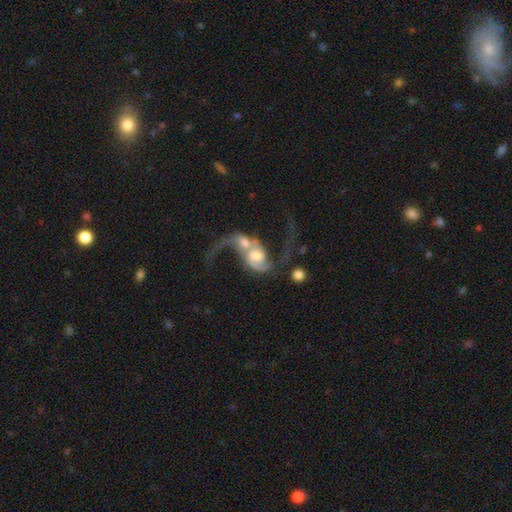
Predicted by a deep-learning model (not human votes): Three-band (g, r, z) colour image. It shows a featured or disk galaxy (81%) with no bar (52%), 2 (82%) loose (76%) spiral arms (92%) and a moderate central bulge (51%). Merging: merger (68%).